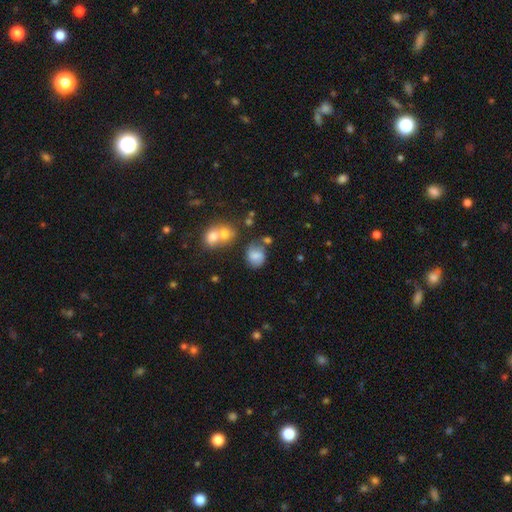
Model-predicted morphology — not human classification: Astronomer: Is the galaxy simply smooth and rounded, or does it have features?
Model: smooth — 67%.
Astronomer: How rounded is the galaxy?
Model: round — 62% (runner-up: in between, 37%).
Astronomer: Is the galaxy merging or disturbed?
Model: none — 61%.